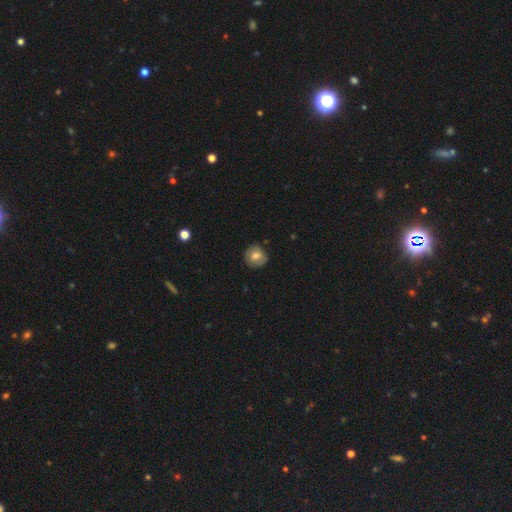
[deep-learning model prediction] The model was most divided on "smooth or featured": smooth: 74%, featured or disk: 18%, star or artifact: 9%. More confident: how rounded — round (89%); merging — none (81%).